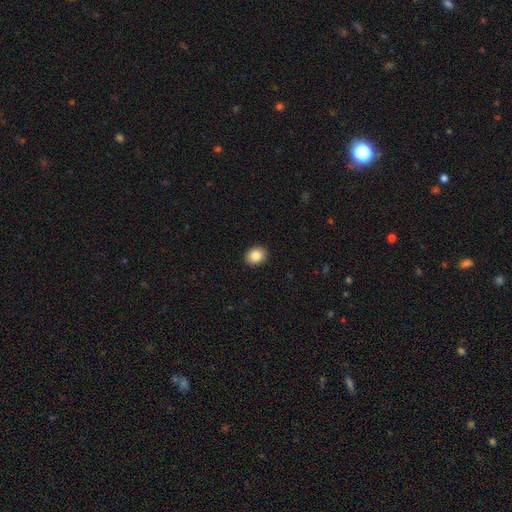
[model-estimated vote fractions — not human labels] Smooth or featured?
  - smooth: 85% *
  - star or artifact: 9%
  - featured or disk: 6%
How rounded?
  - round: 53% *
  - in between: 46%
  - cigar-shaped: 1%
Merging?
  - none: 92% *
  - minor disturbance: 6%
  - major disturbance: 2%
  - merger: 1%